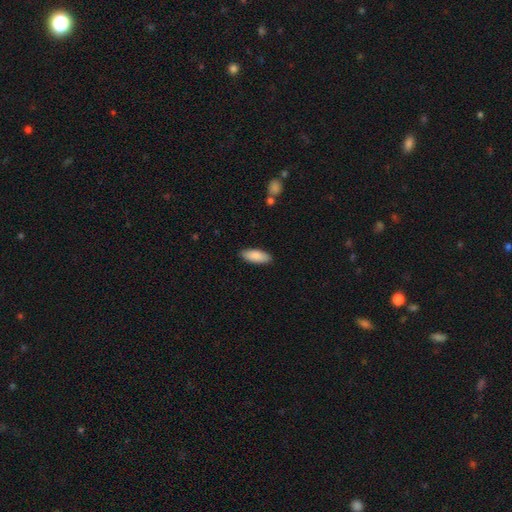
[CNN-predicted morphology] This is clearly a smooth galaxy (87%). How rounded: likely in between (79%). Merging: clearly none (89%).